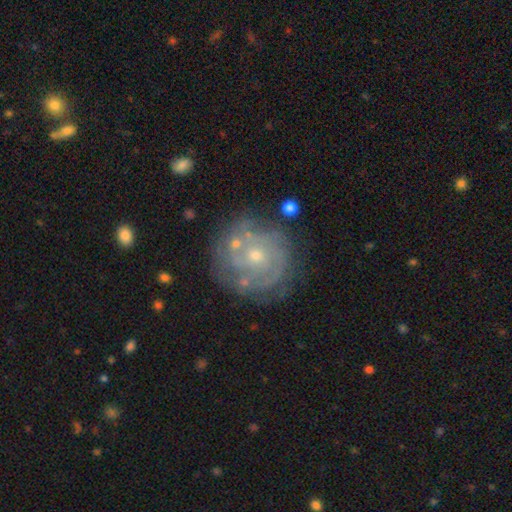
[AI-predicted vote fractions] featured or disk 76%, smooth 16%, star or artifact 8%. Down the decision tree: edge-on disk — no (98%); bar — no (79%); spiral arms — yes (84%); spiral arm count — can't tell (40%); spiral winding — tight (67%); bulge size — small (63%); merging — none (72%).